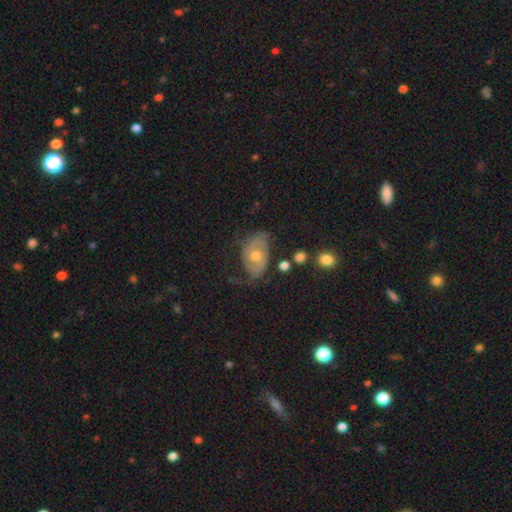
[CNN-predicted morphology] type=featured or disk (75%); edge-on=no (96%); bar=no (70%); spiral arms=yes (86%); winding=medium (40%); arm count=2 (73%); bulge=moderate (69%); merging=none (56%).